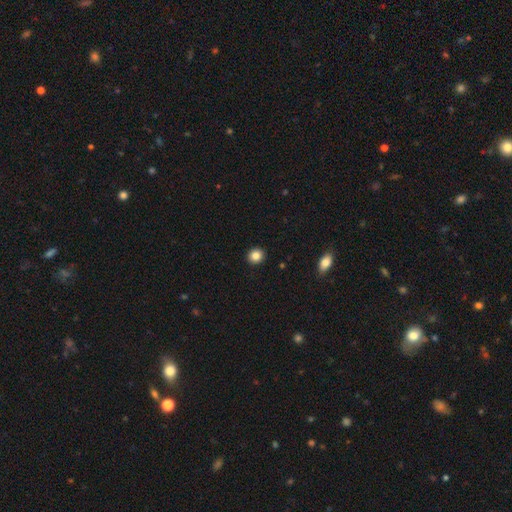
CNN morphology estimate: Smooth or featured: smooth — 85% (star or artifact — 10%)
How rounded: round — 85% (in between — 14%)
Merging: none — 92% (minor disturbance — 5%)